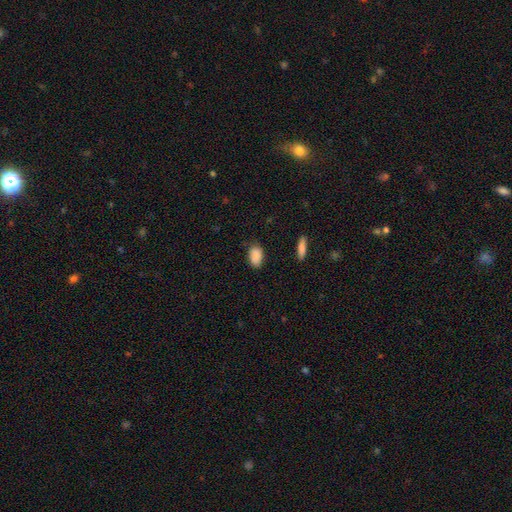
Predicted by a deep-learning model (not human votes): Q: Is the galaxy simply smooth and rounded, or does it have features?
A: smooth — 88%.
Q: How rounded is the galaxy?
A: in between — 91%.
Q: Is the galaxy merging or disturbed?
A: none — 79%.